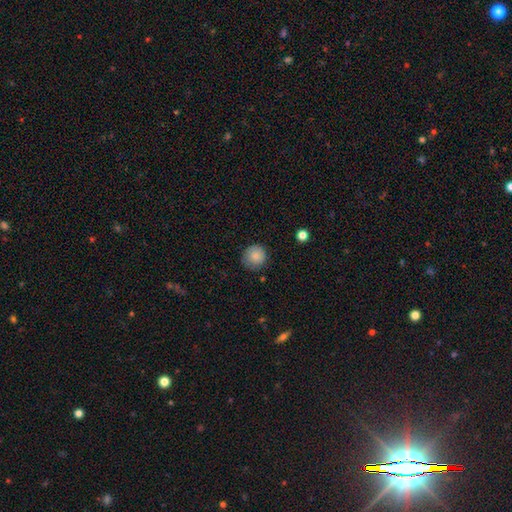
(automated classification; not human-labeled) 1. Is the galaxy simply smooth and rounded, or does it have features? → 85% smooth, 8% star or artifact, 7% featured or disk.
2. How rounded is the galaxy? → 92% round, 7% in between, 1% cigar-shaped.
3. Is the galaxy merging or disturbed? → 81% none, 15% minor disturbance, 3% major disturbance, 1% merger.